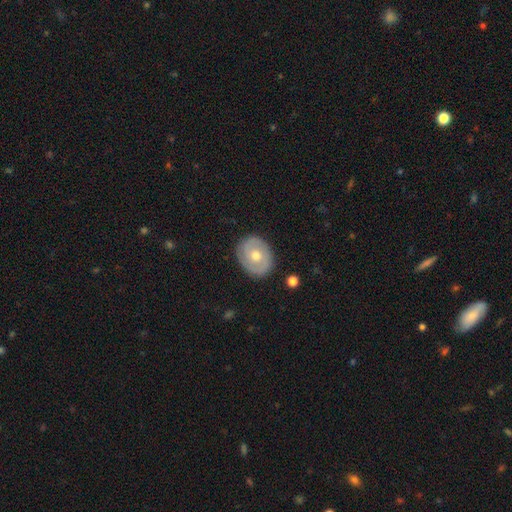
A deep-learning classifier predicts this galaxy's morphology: smooth-or-featured: featured or disk: 61% | smooth: 33% | star or artifact: 6%
  disk-edge-on: no: 96% | yes: 4%
    bar: no: 76% | weak: 20% | strong: 4%
    has-spiral-arms: yes: 61% | no: 39%
    bulge-size: moderate: 77% | small: 17% | large: 4% | none: 1% | dominant: 1%
  merging: none: 85% | minor disturbance: 11% | major disturbance: 3% | merger: 1%